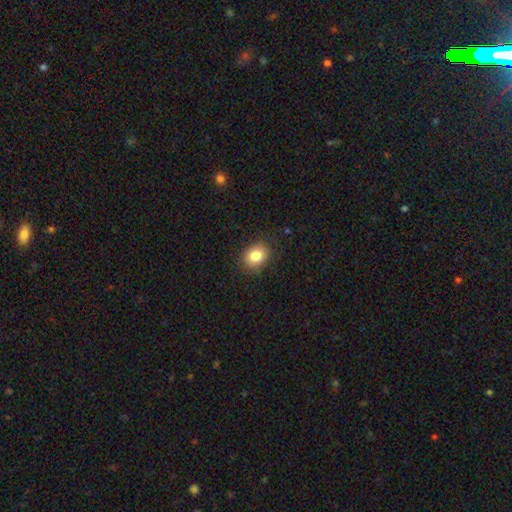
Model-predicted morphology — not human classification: A smooth galaxy with no disk features (83%) that is in between round and cigar-shaped (51%).

Vote fractions:
- Smooth or featured? smooth: 83% / star or artifact: 10% / featured or disk: 8%
- How rounded? in between: 51% / round: 48% / cigar-shaped: 1%
- Merging? none: 86% / minor disturbance: 10% / major disturbance: 3% / merger: 1%